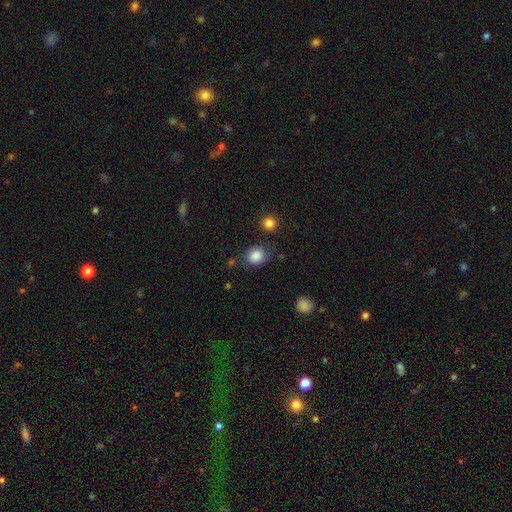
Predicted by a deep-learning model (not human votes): Morphology: type=smooth (85%); roundness=round (71%); merging=none (72%).